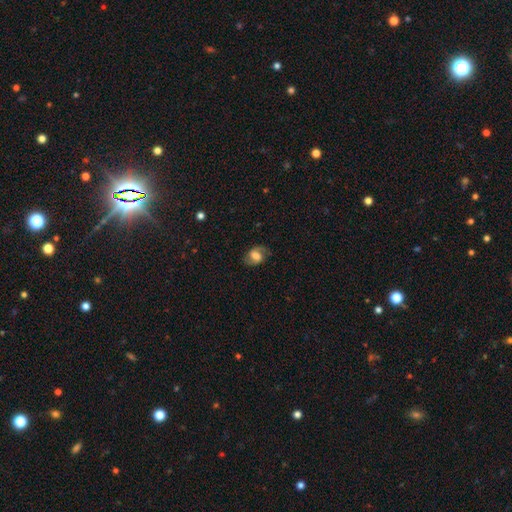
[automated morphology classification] This is possibly a featured or disk galaxy (54%). It is clearly not viewed edge-on (96%). Bar: marginally weak (44%). Spiral arm pattern: clearly yes (85%). Central bulge: marginally large (39%). Merging: likely none (75%).